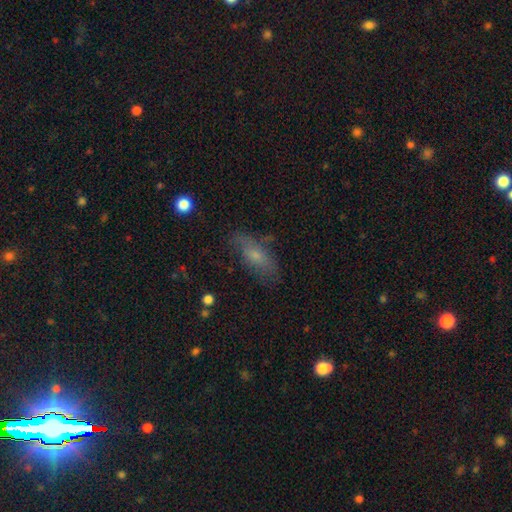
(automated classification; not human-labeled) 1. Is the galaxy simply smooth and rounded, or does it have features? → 56% smooth, 33% featured or disk, 11% star or artifact.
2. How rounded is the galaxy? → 71% in between, 25% cigar-shaped, 4% round.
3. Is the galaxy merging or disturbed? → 65% none, 23% minor disturbance, 10% major disturbance, 3% merger.